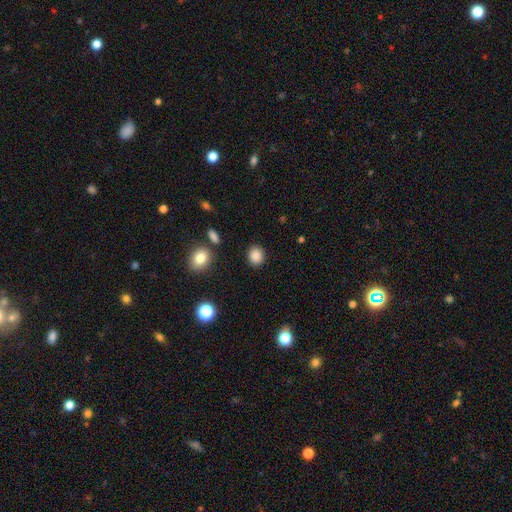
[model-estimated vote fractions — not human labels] This appears to be a smooth galaxy with no disk features (87%) that is round (69%). Merging: none (88%).